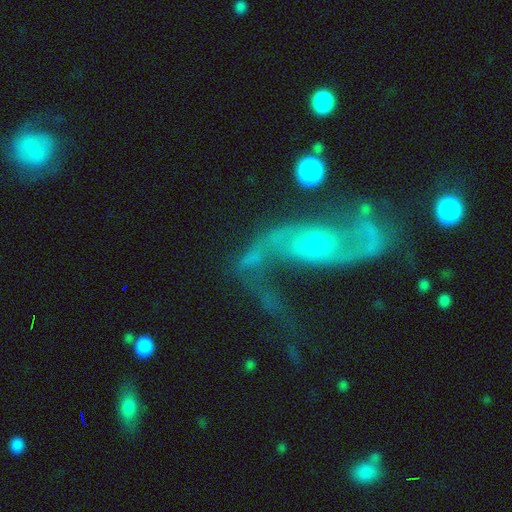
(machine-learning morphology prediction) The model was most divided on "merging": none: 48%, major disturbance: 25%, minor disturbance: 17%, merger: 10%. More confident: edge-on disk — no (95%); spiral arms — yes (93%); spiral arm count — 2 (91%); smooth or featured — featured or disk (85%); spiral winding — loose (73%); bulge size — small (63%); bar — no (61%).